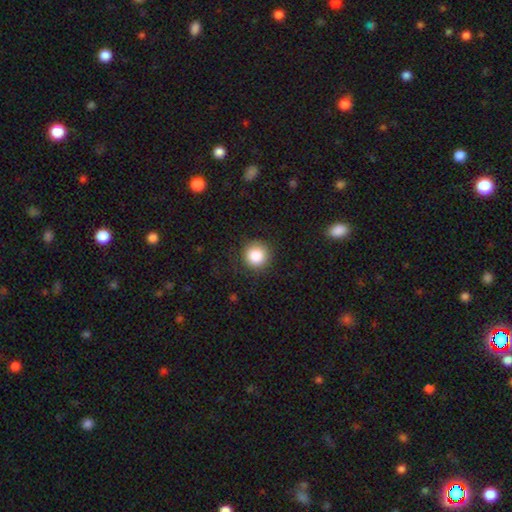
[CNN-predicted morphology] Overall: smooth (86%). How rounded: round (95%). Merging: none (87%).